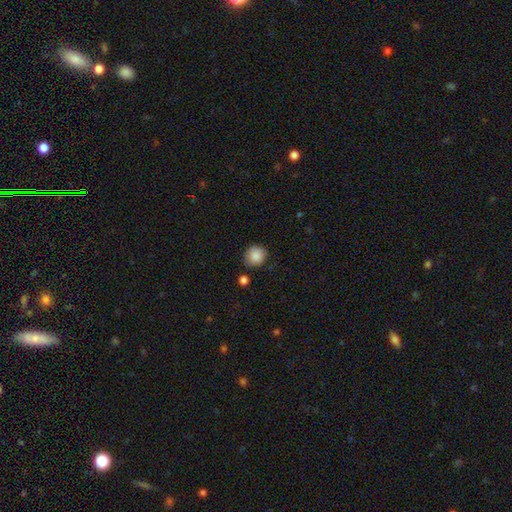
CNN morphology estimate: smooth-or-featured: smooth: 87% | star or artifact: 8% | featured or disk: 4%
  how-rounded: round: 83% | in between: 16% | cigar-shaped: 1%
  merging: none: 81% | minor disturbance: 13% | merger: 4% | major disturbance: 3%